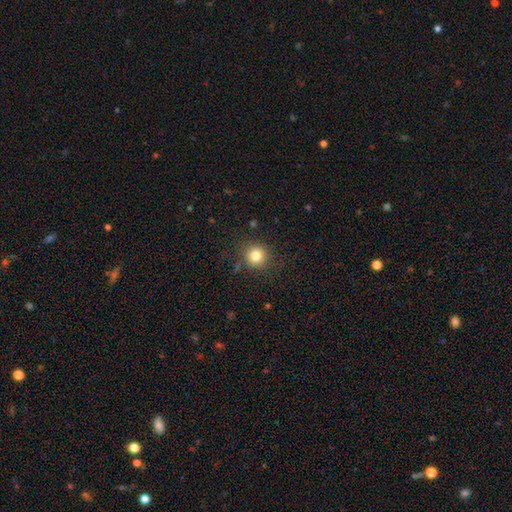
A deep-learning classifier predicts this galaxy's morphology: A smooth galaxy with no disk features (81%) that is round (92%). Merging: none (85%).